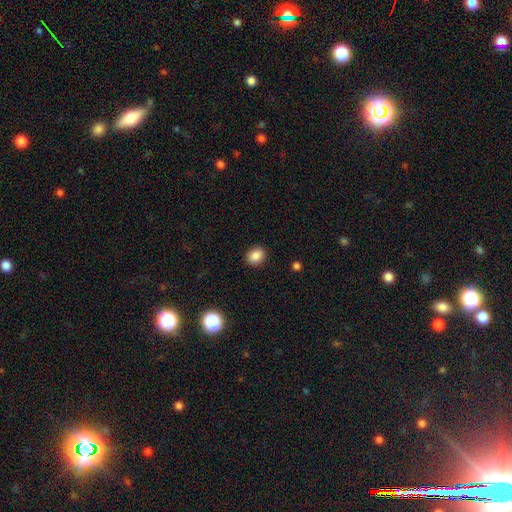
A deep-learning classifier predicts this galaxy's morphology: smooth-or-featured: smooth: 85% | star or artifact: 10% | featured or disk: 5%
  how-rounded: round: 53% | in between: 46% | cigar-shaped: 1%
  merging: none: 90% | minor disturbance: 7% | major disturbance: 2% | merger: 1%